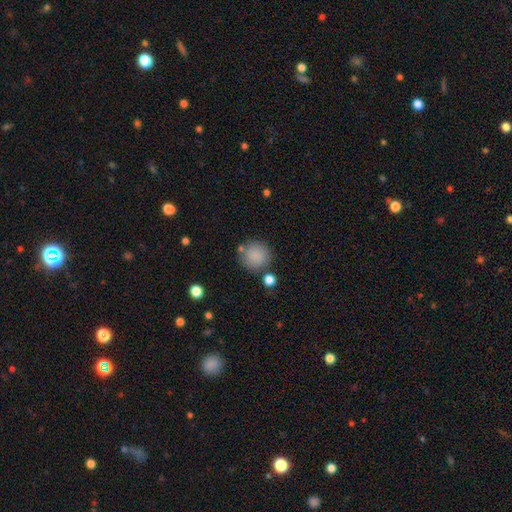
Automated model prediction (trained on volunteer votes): Morphology: type=smooth (87%); roundness=round (92%); merging=none (79%).